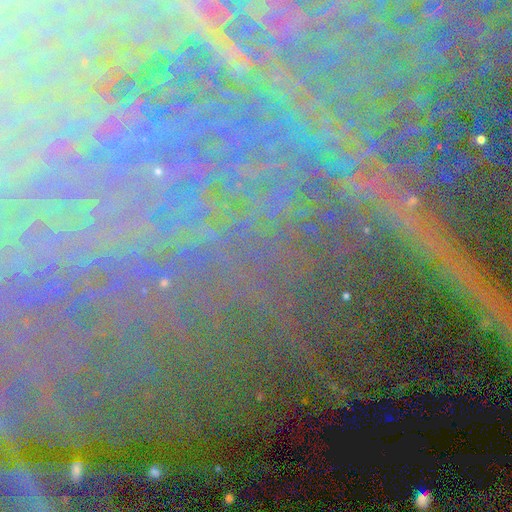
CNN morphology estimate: This is likely a star or artifact rather than a galaxy (70%).